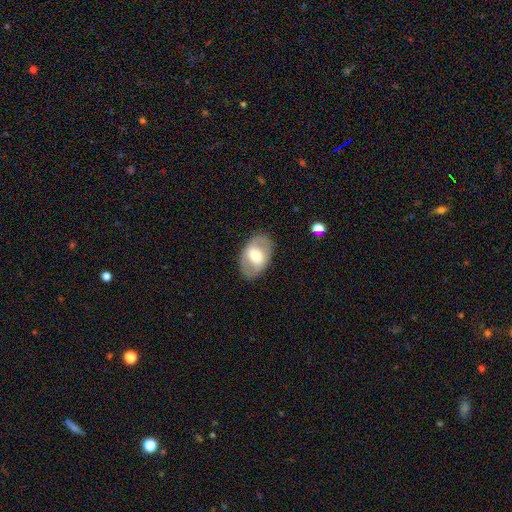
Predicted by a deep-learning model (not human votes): The model was most divided on "smooth or featured": featured or disk: 48%, smooth: 45%, star or artifact: 6%. More confident: merging — none (83%).